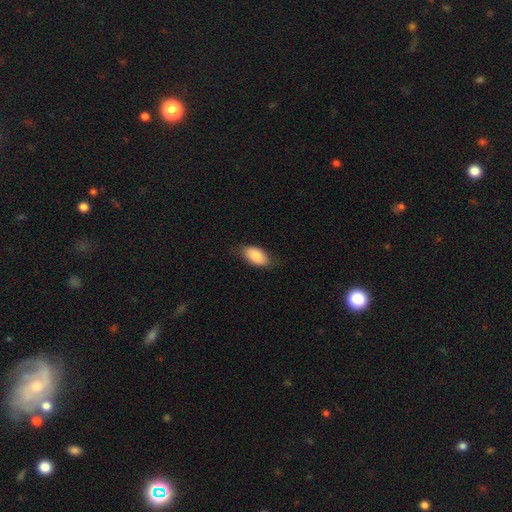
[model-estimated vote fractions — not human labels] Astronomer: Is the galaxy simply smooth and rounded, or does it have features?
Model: smooth — 87%.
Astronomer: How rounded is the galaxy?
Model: in between — 94%.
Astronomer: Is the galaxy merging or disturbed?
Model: none — 76%.